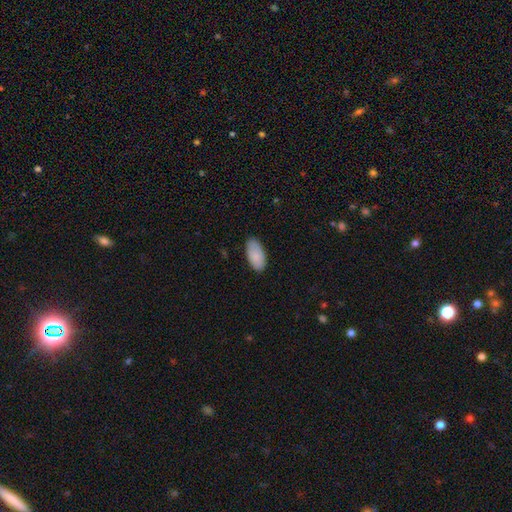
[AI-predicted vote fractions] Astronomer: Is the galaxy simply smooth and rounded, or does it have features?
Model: smooth — 88%.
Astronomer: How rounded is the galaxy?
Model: in between — 94%.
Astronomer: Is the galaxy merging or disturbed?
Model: none — 83%.